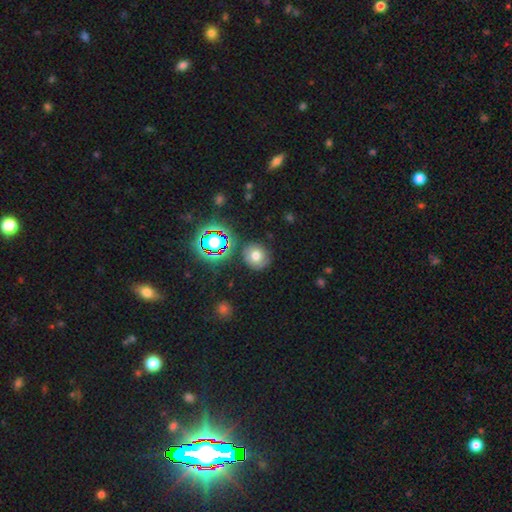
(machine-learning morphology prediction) Q: Smooth or featured?
A: smooth (69%); runner-up: star or artifact (19%)
Q: How rounded?
A: round (80%); runner-up: in between (19%)
Q: Merging?
A: none (82%); runner-up: minor disturbance (11%)